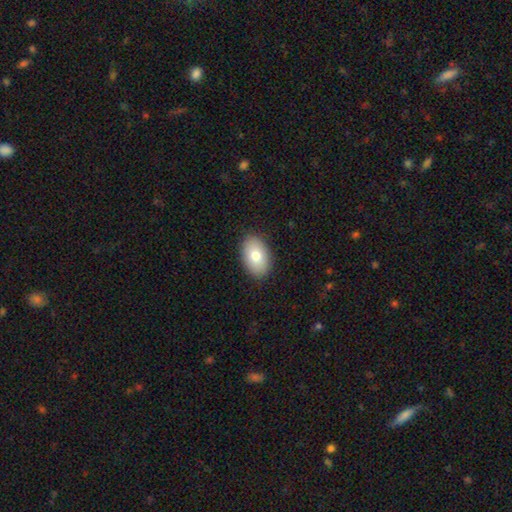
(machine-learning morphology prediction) smooth_or_featured: smooth (p=0.77) [alt: featured or disk p=0.15]
how_rounded: in between (p=0.90) [alt: round p=0.09]
merging: none (p=0.89) [alt: minor disturbance p=0.08]